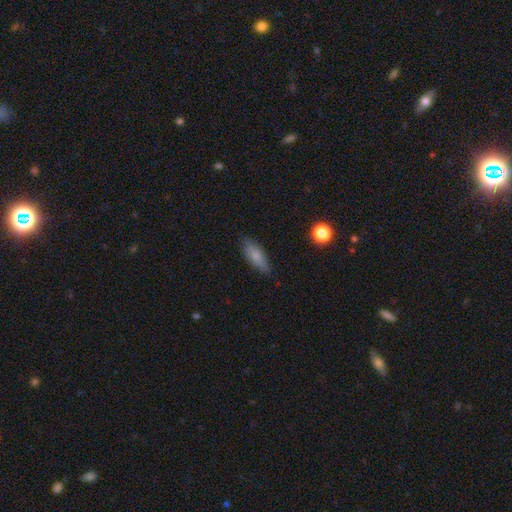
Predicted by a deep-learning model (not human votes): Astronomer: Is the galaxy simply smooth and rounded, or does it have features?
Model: smooth — 77%.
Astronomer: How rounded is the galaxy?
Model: in between — 65%.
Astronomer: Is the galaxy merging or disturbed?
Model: none — 82%.